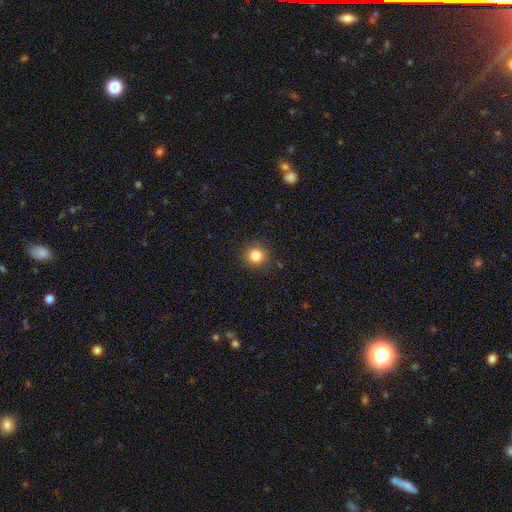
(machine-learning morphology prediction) A smooth galaxy with no disk features (83%) that is round (92%). Merging: none (90%).